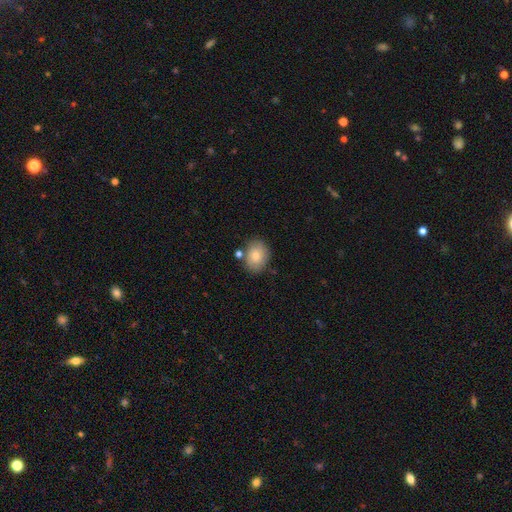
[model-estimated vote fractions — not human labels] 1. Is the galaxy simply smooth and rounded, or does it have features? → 81% smooth, 12% featured or disk, 7% star or artifact.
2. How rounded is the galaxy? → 58% in between, 41% round, 1% cigar-shaped.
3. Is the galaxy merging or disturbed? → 75% none, 14% minor disturbance, 7% merger, 3% major disturbance.